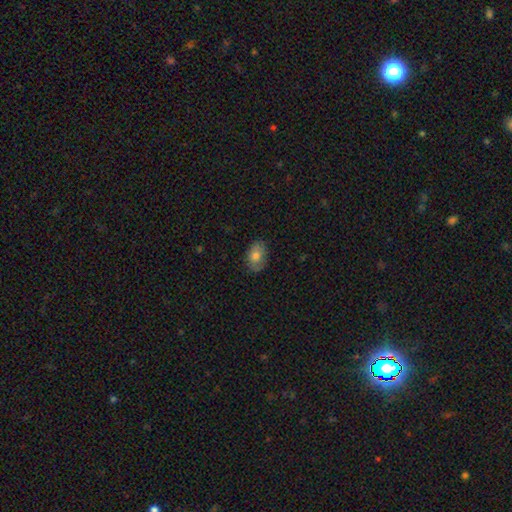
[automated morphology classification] smooth 74%, featured or disk 18%, star or artifact 8%. Down the decision tree: how rounded — in between (84%); merging — none (77%).